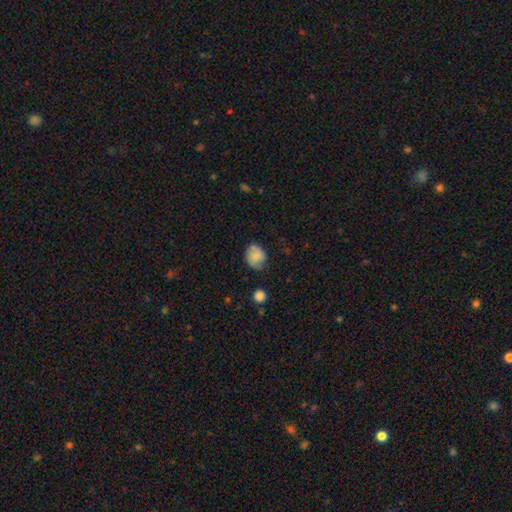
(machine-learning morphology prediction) The model was most divided on "how rounded": round: 51%, in between: 48%, cigar-shaped: 1%. More confident: smooth or featured — smooth (67%); merging — none (61%).